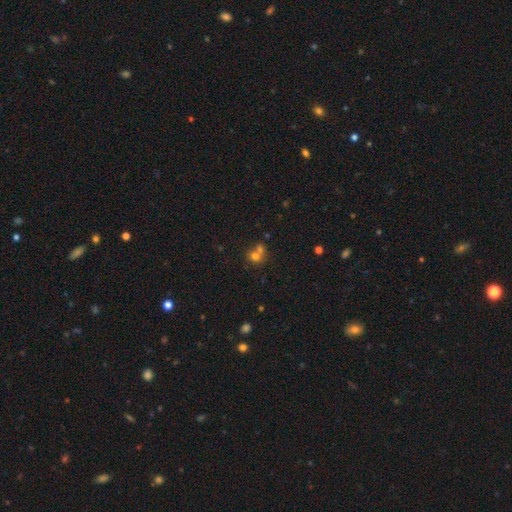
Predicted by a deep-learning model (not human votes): smooth-or-featured: smooth: 70% | star or artifact: 16% | featured or disk: 14%
  how-rounded: round: 76% | in between: 23% | cigar-shaped: 1%
  merging: merger: 52% | none: 37% | minor disturbance: 7% | major disturbance: 4%